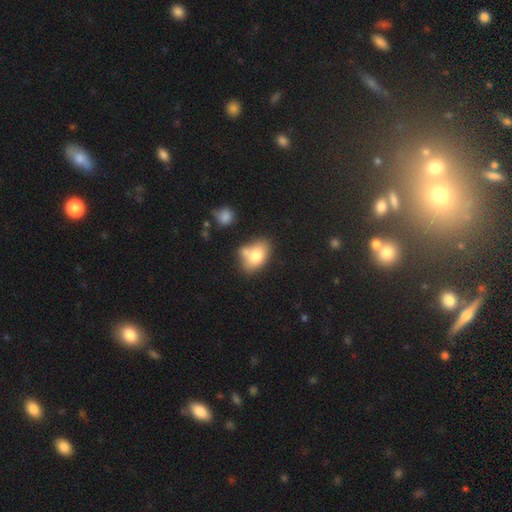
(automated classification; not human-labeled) smooth_or_featured: smooth (p=0.76) [alt: featured or disk p=0.16]
how_rounded: in between (p=0.85) [alt: round p=0.14]
merging: none (p=0.54) [alt: merger p=0.24]